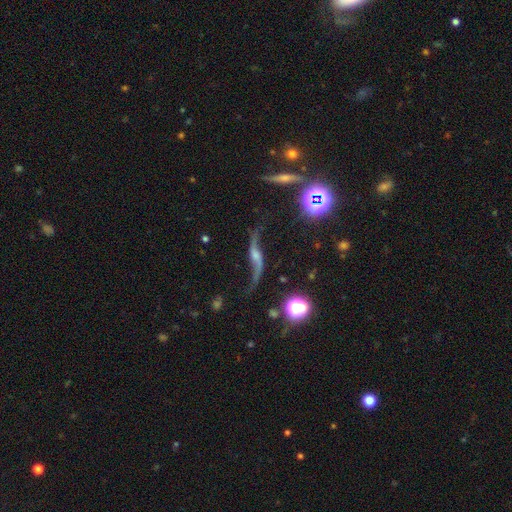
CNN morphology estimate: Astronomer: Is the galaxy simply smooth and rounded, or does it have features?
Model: featured or disk — 82%.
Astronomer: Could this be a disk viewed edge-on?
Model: no — 79%.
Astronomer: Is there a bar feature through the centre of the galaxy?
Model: no — 52% (runner-up: weak, 32%).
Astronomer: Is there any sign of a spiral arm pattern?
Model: yes — 94%.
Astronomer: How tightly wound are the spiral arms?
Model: loose — 95%.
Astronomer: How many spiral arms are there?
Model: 2 — 93%.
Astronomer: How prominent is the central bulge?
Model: small — 36% (runner-up: moderate, 32%).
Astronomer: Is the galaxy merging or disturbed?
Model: none — 66%.